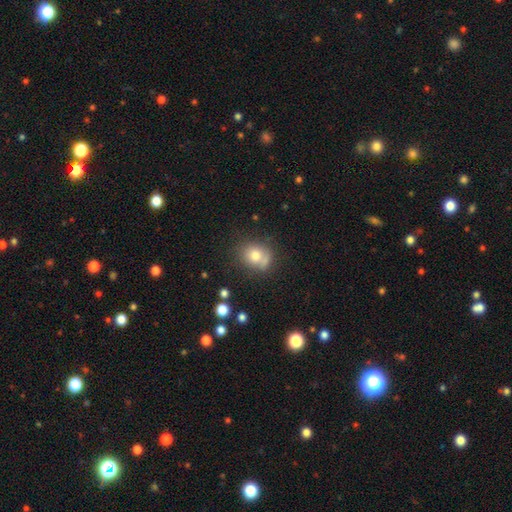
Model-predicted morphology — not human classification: Overall: smooth (75%). How rounded: round (67%; in between 32%). Merging: none (55%; minor disturbance 21%).